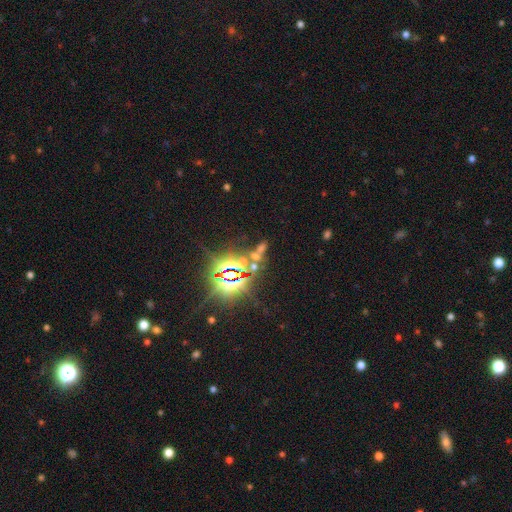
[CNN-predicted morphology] Smooth or featured? Predicted: star or artifact (p=0.65).